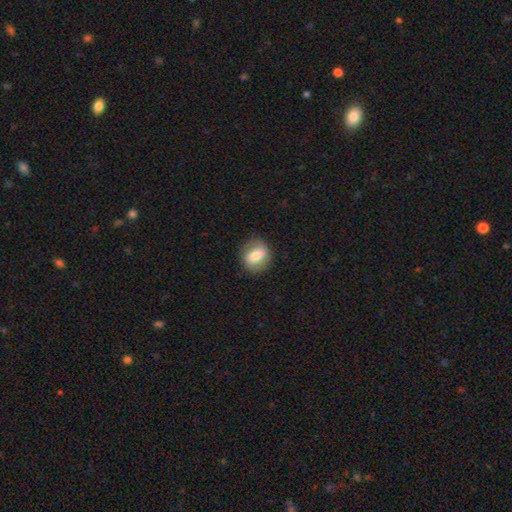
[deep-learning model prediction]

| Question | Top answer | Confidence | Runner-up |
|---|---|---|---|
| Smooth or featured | smooth | 67% | featured or disk (25%) |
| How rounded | round | 56% | in between (43%) |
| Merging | none | 81% | minor disturbance (14%) |